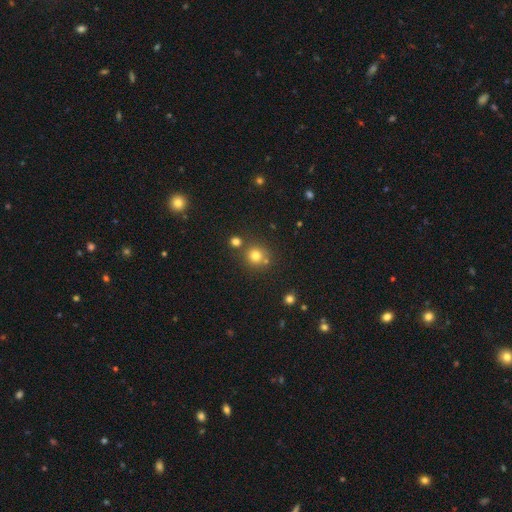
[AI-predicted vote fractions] Overall: smooth (77%). How rounded: round (91%). Merging: none (73%).